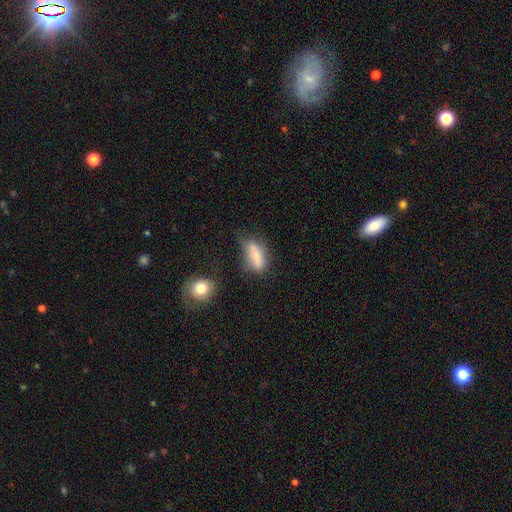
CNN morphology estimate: Smooth or featured? smooth (75%)
How rounded? in between (57%)
Merging? none (46%)